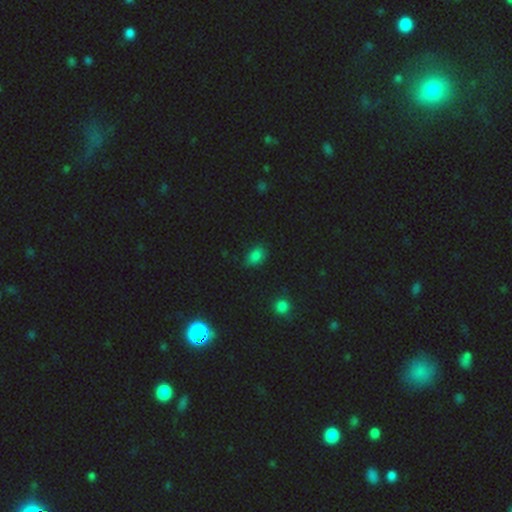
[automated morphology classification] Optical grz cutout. It shows a smooth galaxy with no disk features (79%) that is in between round and cigar-shaped (77%). Merging: none (76%).